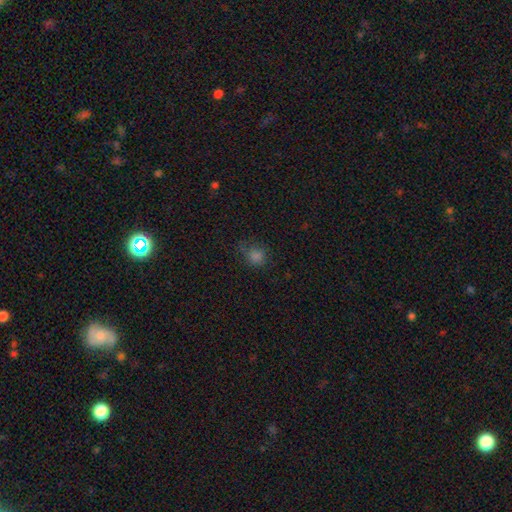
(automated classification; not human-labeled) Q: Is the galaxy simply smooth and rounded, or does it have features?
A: smooth — 73%.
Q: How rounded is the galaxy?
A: round — 77%.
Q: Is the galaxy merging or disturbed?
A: none — 65%.